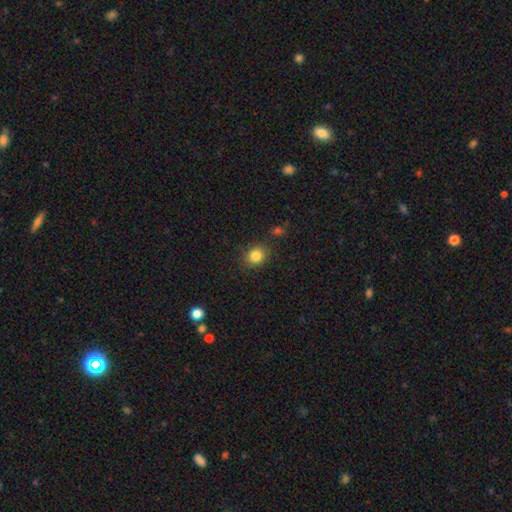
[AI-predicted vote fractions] Smooth or featured? smooth (84%)
How rounded? round (74%)
Merging? none (84%)